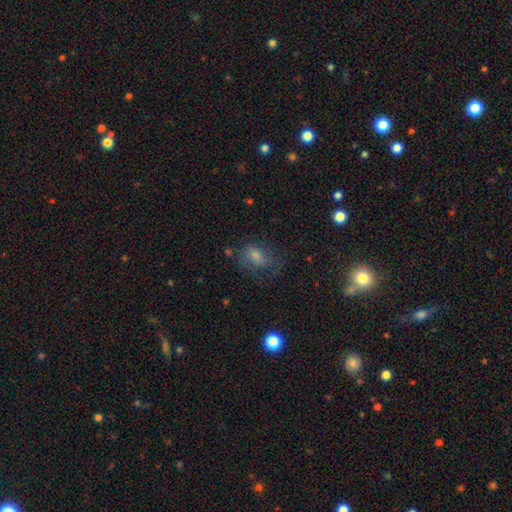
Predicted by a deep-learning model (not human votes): smooth_or_featured: smooth (p=0.54) [alt: featured or disk p=0.24]
how_rounded: in between (p=0.70) [alt: round p=0.27]
merging: none (p=0.60) [alt: minor disturbance p=0.22]